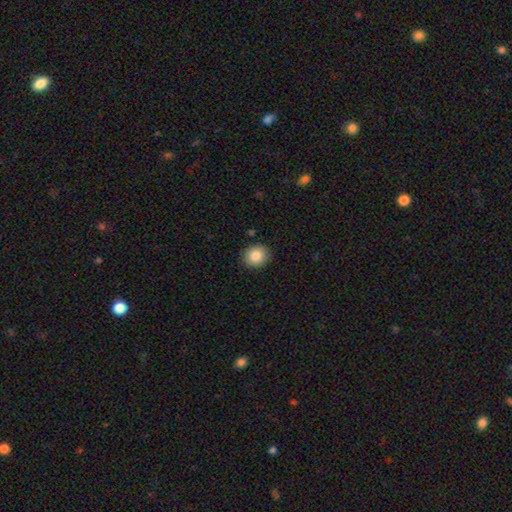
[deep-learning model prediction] Overall: smooth (87%). How rounded: round (68%; in between 31%). Merging: none (89%).